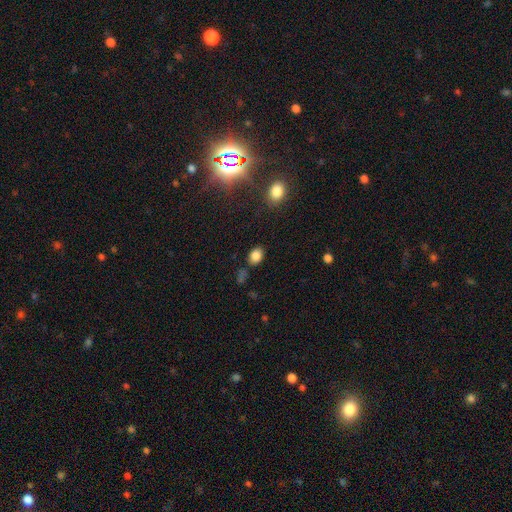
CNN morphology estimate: The model was most divided on "how rounded": in between: 74%, round: 24%, cigar-shaped: 1%. More confident: smooth or featured — smooth (83%); merging — none (79%).